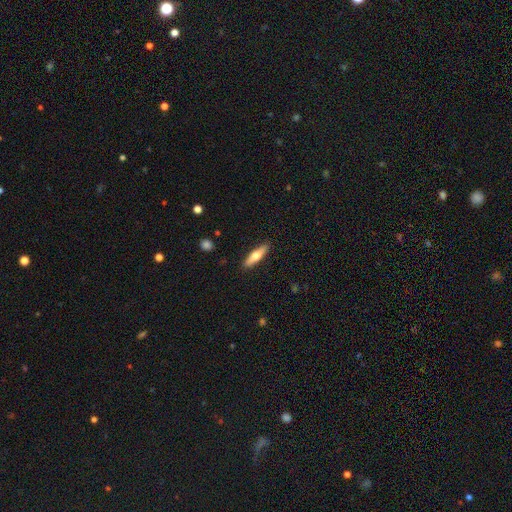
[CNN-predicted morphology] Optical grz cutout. It shows a smooth galaxy with no disk features (57%) that is cigar-shaped (71%). Merging: none (90%).